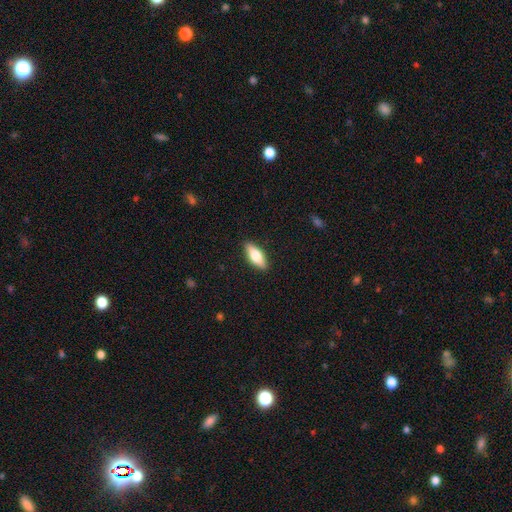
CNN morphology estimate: This is likely a smooth galaxy (69%). How rounded: likely in between (72%). Merging: clearly none (89%).